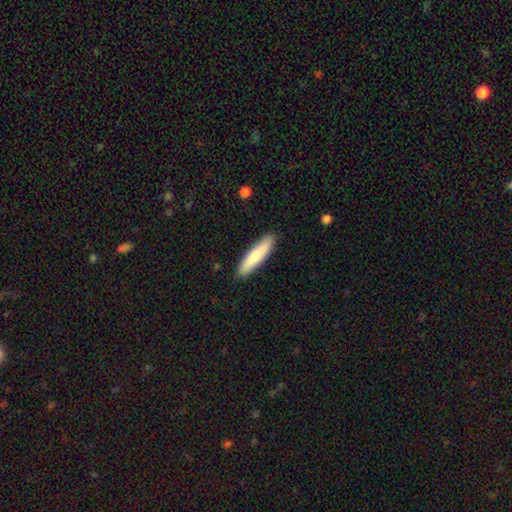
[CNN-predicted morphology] This appears to be a smooth galaxy with no disk features (74%) that is cigar-shaped (80%). Merging: none (89%).